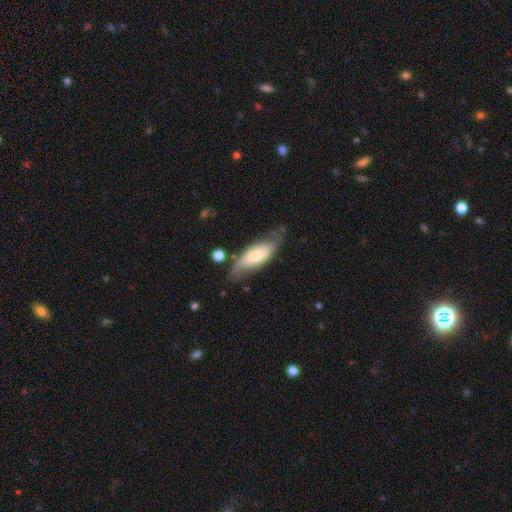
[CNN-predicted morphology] This appears to be a smooth galaxy with no disk features (52%) that is in between round and cigar-shaped (69%). Merging: none (62%).